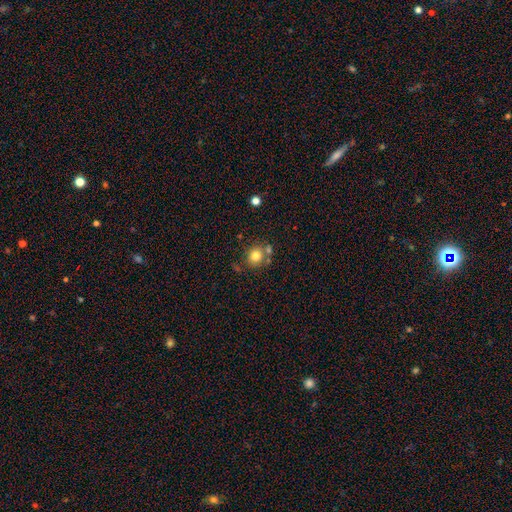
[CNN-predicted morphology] smooth_or_featured: smooth (p=0.79) [alt: star or artifact p=0.11]
how_rounded: round (p=0.85) [alt: in between p=0.14]
merging: none (p=0.66) [alt: merger p=0.18]